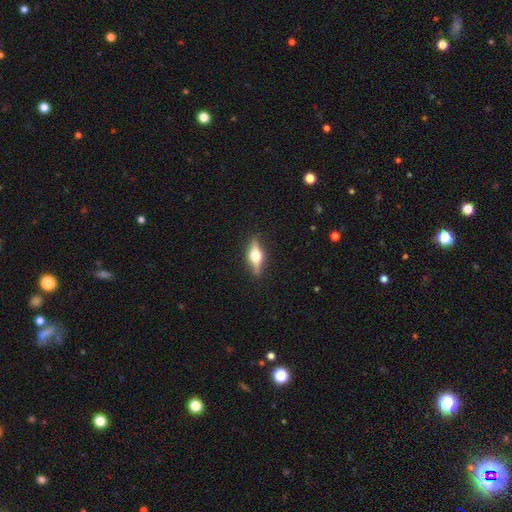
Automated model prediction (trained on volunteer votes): A featured or disk galaxy (68%) viewed edge-on (95%) with a rounded central bulge (95%).

Vote fractions:
- Smooth or featured? featured or disk: 68% / smooth: 25% / star or artifact: 7%
- Edge-on disk? yes: 95% / no: 5%
- Edge-on bulge? rounded: 95% / boxy: 3% / none: 1%
- Merging? none: 88% / minor disturbance: 9% / major disturbance: 2% / merger: 1%